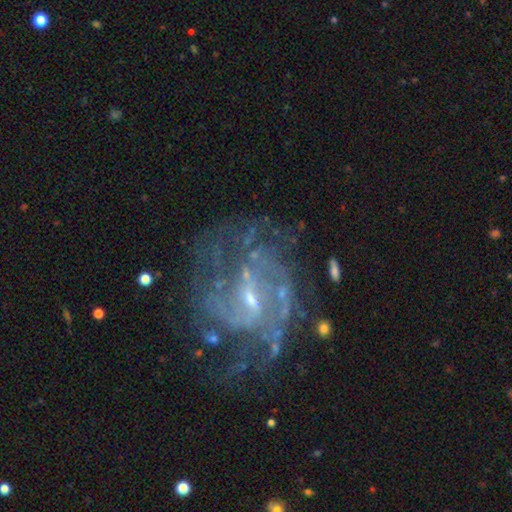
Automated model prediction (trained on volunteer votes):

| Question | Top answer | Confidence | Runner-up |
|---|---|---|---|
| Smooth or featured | featured or disk | 86% | star or artifact (8%) |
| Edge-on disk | no | 98% | yes (2%) |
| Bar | weak | 56% | no (25%) |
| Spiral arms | yes | 91% | no (9%) |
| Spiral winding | medium | 47% | tight (33%) |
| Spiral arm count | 2 | 30% | tied: can't tell (30%) |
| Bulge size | small | 67% | moderate (22%) |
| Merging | none | 55% | major disturbance (22%) |